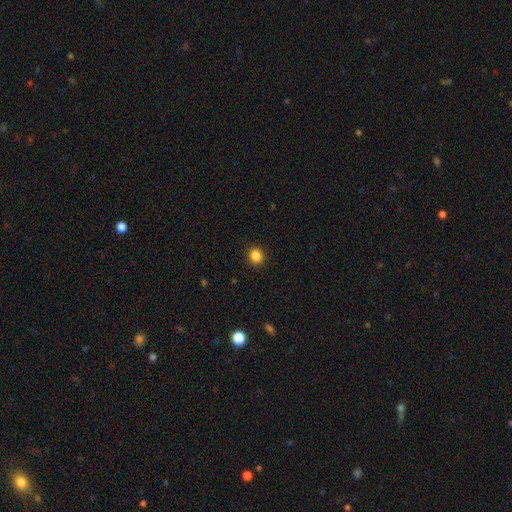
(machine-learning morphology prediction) The model was most divided on "how rounded": round: 84%, in between: 15%, cigar-shaped: 1%. More confident: merging — none (92%); smooth or featured — smooth (85%).